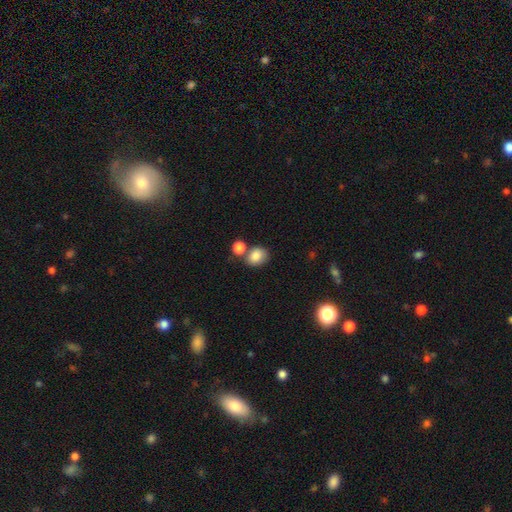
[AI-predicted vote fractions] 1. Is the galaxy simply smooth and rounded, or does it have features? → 83% smooth, 9% star or artifact, 7% featured or disk.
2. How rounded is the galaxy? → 53% round, 46% in between, 1% cigar-shaped.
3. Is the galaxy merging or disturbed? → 57% none, 26% merger, 13% minor disturbance, 4% major disturbance.